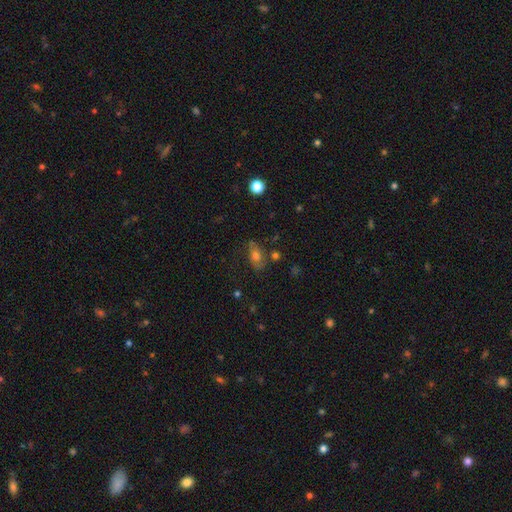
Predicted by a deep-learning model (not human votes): This is possibly a smooth galaxy (49%). Merging: likely none (62%).